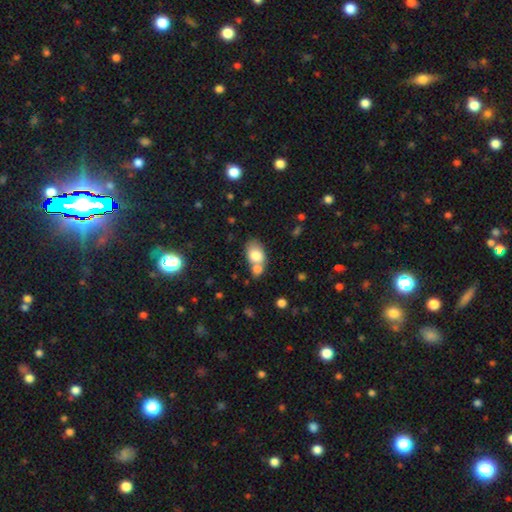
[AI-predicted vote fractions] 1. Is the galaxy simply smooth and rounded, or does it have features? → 78% smooth, 14% featured or disk, 8% star or artifact.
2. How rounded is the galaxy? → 83% in between, 15% round, 2% cigar-shaped.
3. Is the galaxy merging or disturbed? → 46% merger, 36% none, 13% minor disturbance, 5% major disturbance.